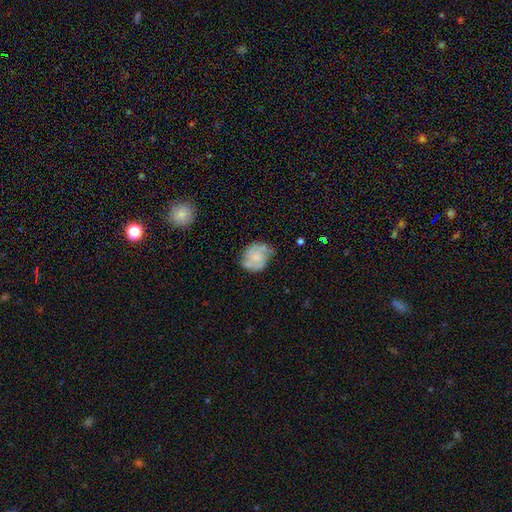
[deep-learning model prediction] A featured or disk galaxy (64%) with no bar (70%), 2 (58%) medium (44%) spiral arms (87%) and a small central bulge (49%).

Vote fractions:
- Smooth or featured? featured or disk: 64% / smooth: 29% / star or artifact: 7%
- Edge-on disk? no: 98% / yes: 2%
- Bar? no: 70% / weak: 26% / strong: 4%
- Spiral arms? yes: 87% / no: 13%
- Spiral winding? medium: 44% / tight: 39% / loose: 17%
- Spiral arm count? 2: 58% / can't tell: 19% / 3: 14% / 1: 4% / 4: 3% / more than 4: 2%
- Bulge size? small: 49% / moderate: 27% / none: 20% / large: 3% / dominant: 1%
- Merging? none: 62% / minor disturbance: 26% / major disturbance: 9% / merger: 2%